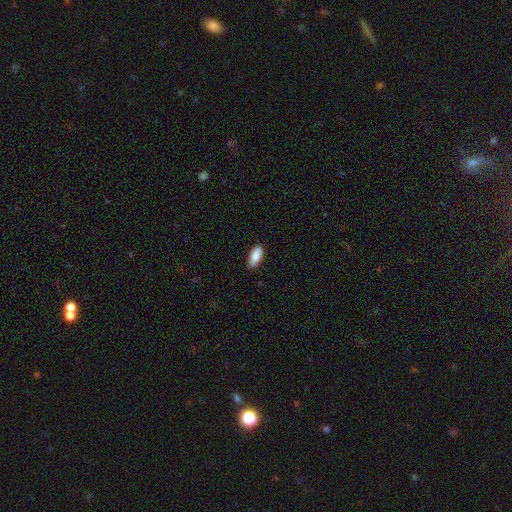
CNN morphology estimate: This appears to be a smooth galaxy with no disk features (87%) that is in between round and cigar-shaped (85%). Merging: none (85%).